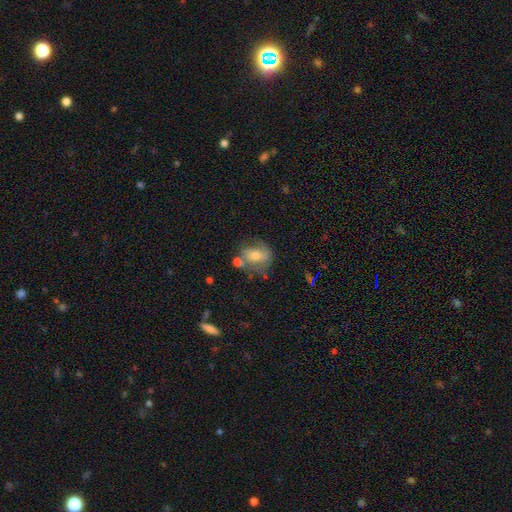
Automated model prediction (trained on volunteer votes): A smooth galaxy with no disk features (49%). Merging: none (46%).